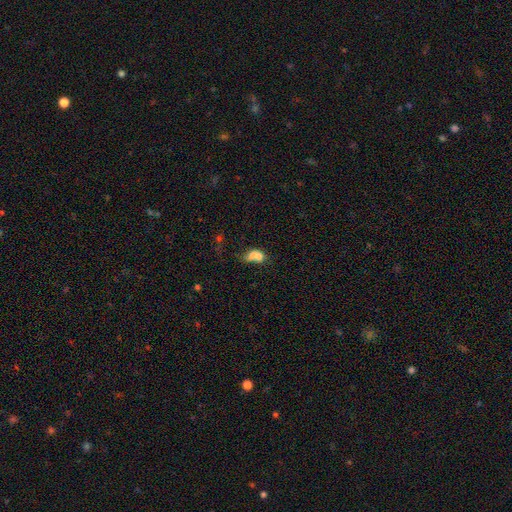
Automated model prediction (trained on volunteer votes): This is likely a smooth galaxy (66%). How rounded: likely in between (65%). Merging: likely merger (65%).